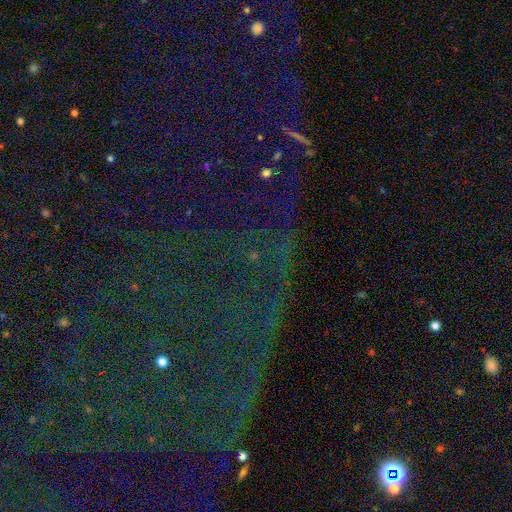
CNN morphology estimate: Overall: star or artifact (85%).